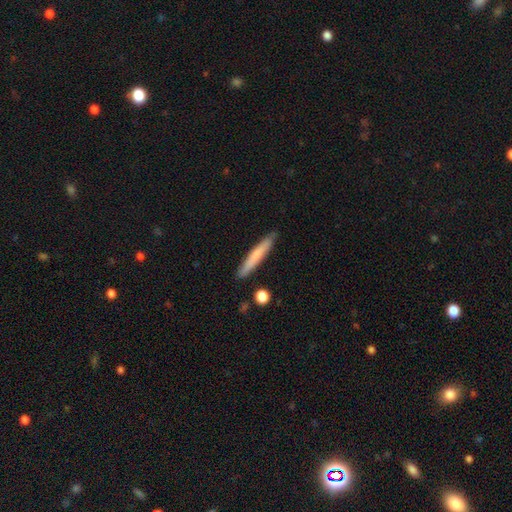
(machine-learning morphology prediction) Smooth or featured: smooth — 68% (featured or disk — 26%)
How rounded: cigar-shaped — 95% (in between — 4%)
Merging: none — 88% (minor disturbance — 8%)